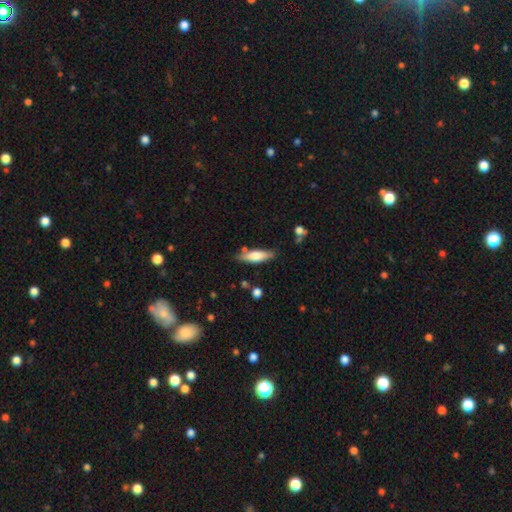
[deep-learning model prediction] A smooth galaxy with no disk features (63%) that is cigar-shaped (55%). Merging: none (77%).